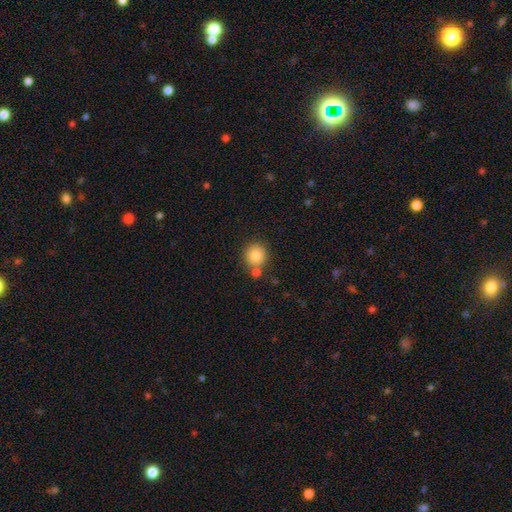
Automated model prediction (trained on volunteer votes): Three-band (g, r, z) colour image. It shows a smooth galaxy with no disk features (84%) that is round (89%). Merging: none (72%).